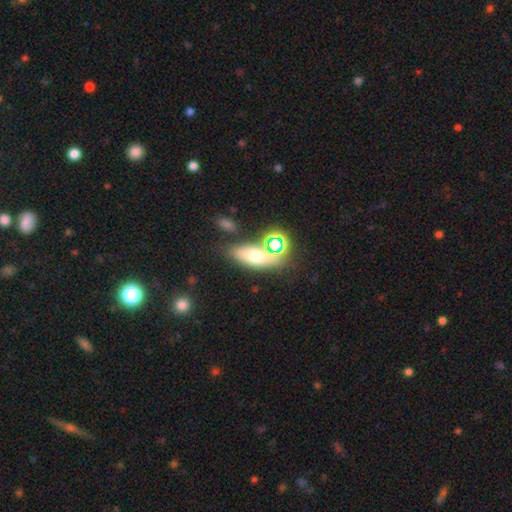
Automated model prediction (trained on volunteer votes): The model was most divided on "smooth or featured": smooth: 56%, star or artifact: 23%, featured or disk: 21%. More confident: how rounded — in between (69%); merging — none (65%).